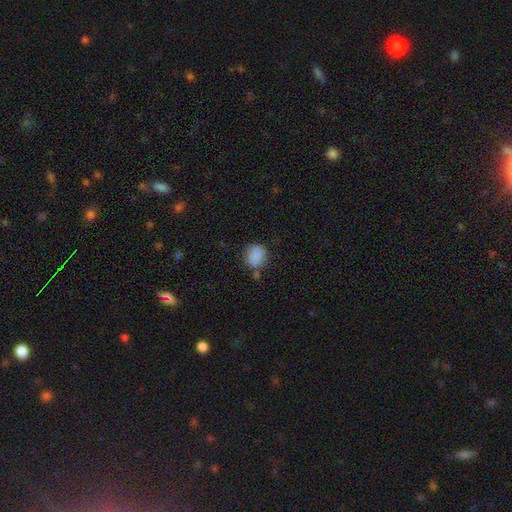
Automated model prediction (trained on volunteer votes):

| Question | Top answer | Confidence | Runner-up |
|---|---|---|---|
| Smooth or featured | smooth | 84% | star or artifact (9%) |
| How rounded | round | 67% | in between (32%) |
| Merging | none | 65% | minor disturbance (21%) |